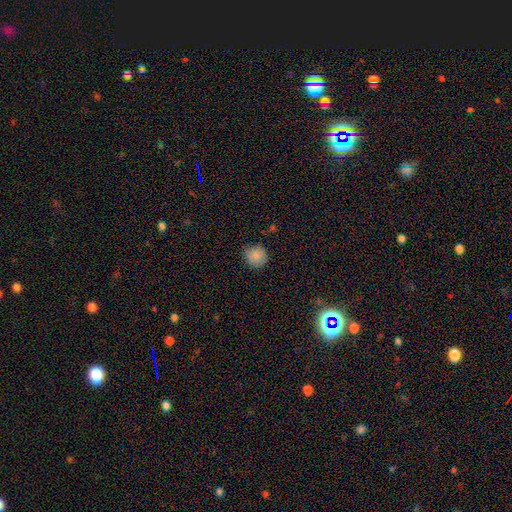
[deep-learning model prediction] Smooth or featured? Predicted: smooth (p=0.85). How rounded? Predicted: round (p=0.91). Merging? Predicted: none (p=0.76).